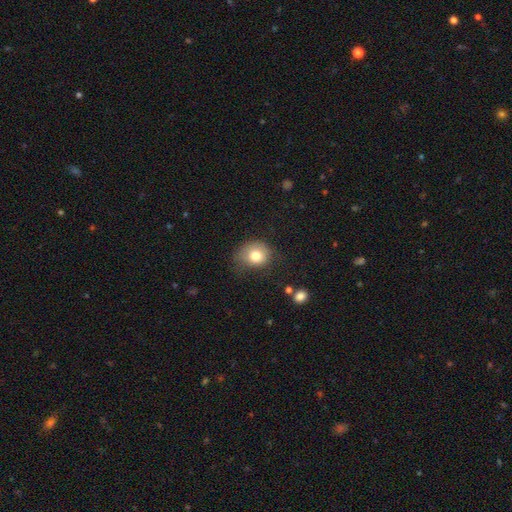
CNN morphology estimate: A smooth galaxy with no disk features (78%) that is round (69%). Merging: none (54%).